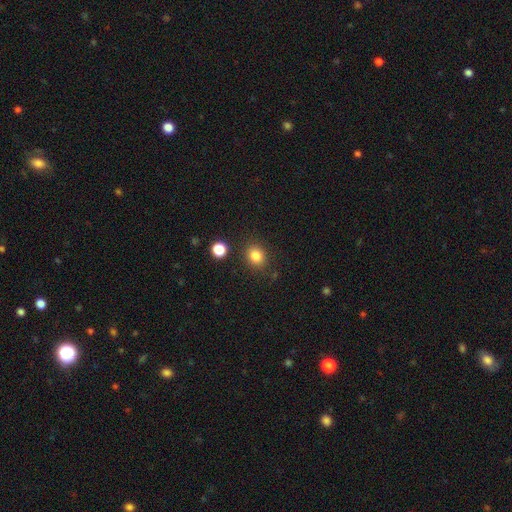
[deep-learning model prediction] Q: Smooth or featured?
A: smooth (83%); runner-up: star or artifact (12%)
Q: How rounded?
A: round (64%); runner-up: in between (35%)
Q: Merging?
A: none (84%); runner-up: minor disturbance (10%)